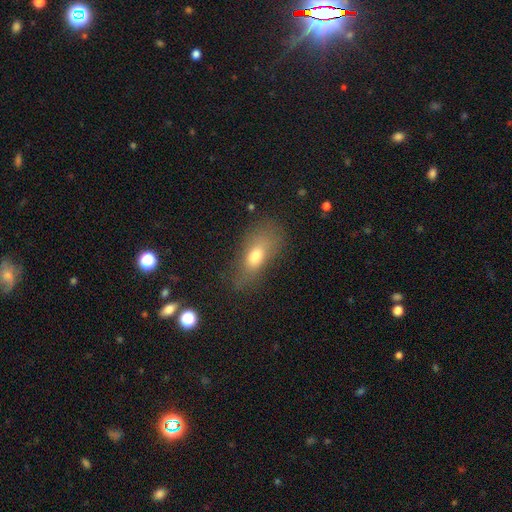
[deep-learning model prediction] This is likely a smooth galaxy (68%). How rounded: likely in between (78%). Merging: likely none (64%).